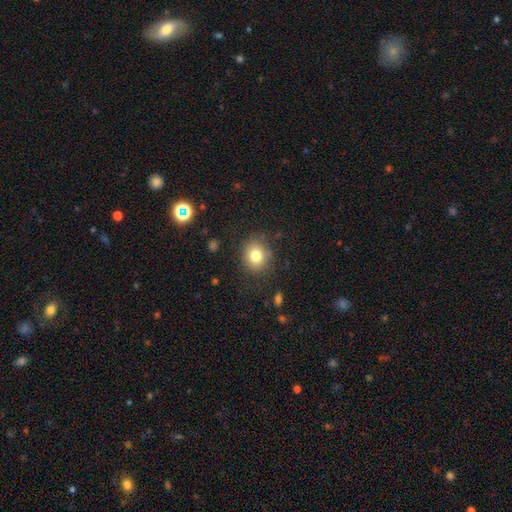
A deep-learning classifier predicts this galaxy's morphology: Smooth or featured: smooth — 80% (star or artifact — 11%)
How rounded: round — 71% (in between — 28%)
Merging: none — 83% (minor disturbance — 12%)